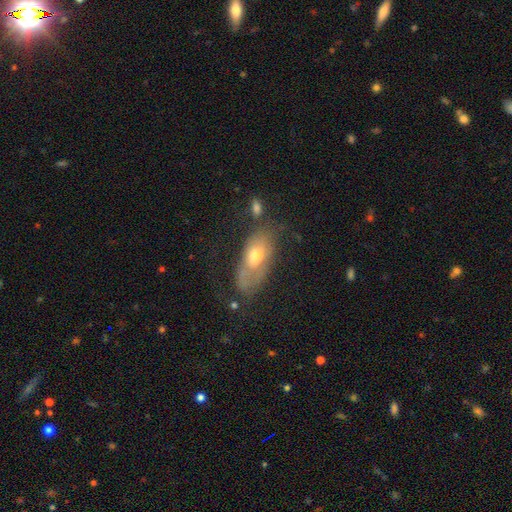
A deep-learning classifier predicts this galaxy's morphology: smooth-or-featured: smooth: 47% | featured or disk: 43% | star or artifact: 9%
  merging: none: 43% | minor disturbance: 28% | major disturbance: 22% | merger: 7%